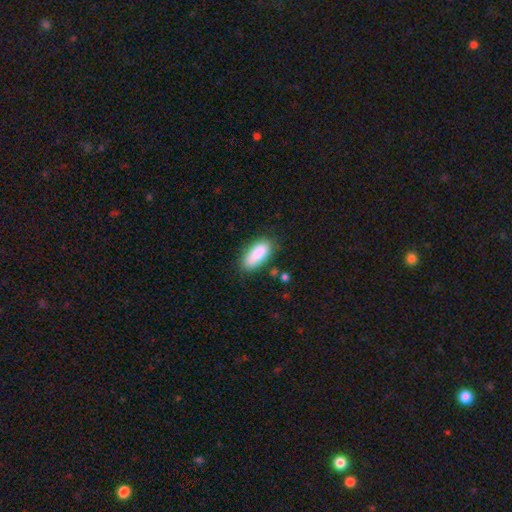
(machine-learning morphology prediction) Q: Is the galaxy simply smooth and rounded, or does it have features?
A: smooth — 86%.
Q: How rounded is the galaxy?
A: in between — 80%.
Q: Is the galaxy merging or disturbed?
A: none — 78%.